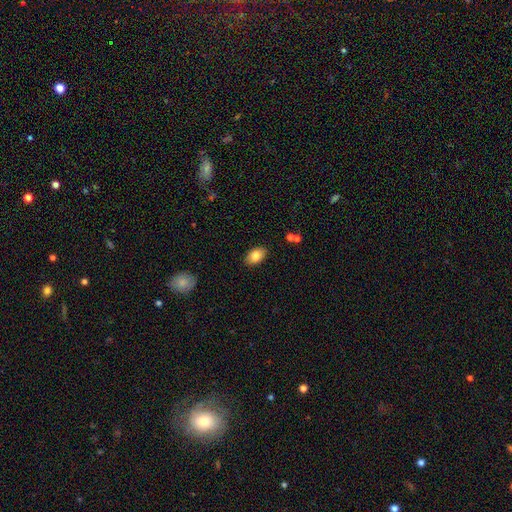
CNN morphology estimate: Smooth or featured: smooth — 83% (featured or disk — 10%)
How rounded: in between — 89% (round — 9%)
Merging: none — 87% (minor disturbance — 10%)